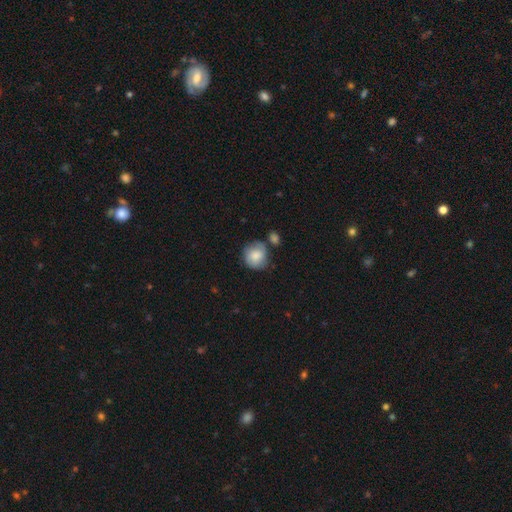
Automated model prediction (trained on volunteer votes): Smooth or featured?
  - smooth: 71% *
  - featured or disk: 22%
  - star or artifact: 7%
How rounded?
  - round: 83% *
  - in between: 16%
  - cigar-shaped: 1%
Merging?
  - none: 59% *
  - minor disturbance: 21%
  - merger: 14%
  - major disturbance: 7%